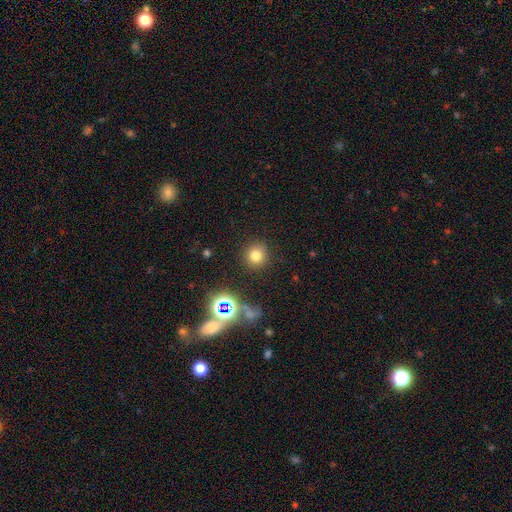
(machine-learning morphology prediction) Smooth or featured? smooth (74%)
How rounded? round (92%)
Merging? none (88%)